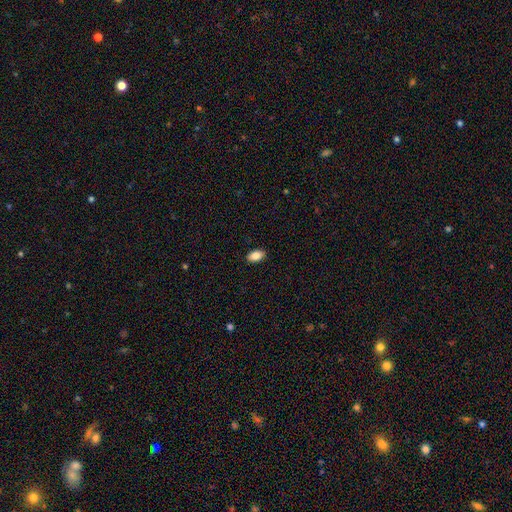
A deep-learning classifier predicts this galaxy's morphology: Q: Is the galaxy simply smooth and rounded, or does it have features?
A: smooth — 86%.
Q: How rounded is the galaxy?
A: in between — 92%.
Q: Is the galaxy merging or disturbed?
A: none — 89%.